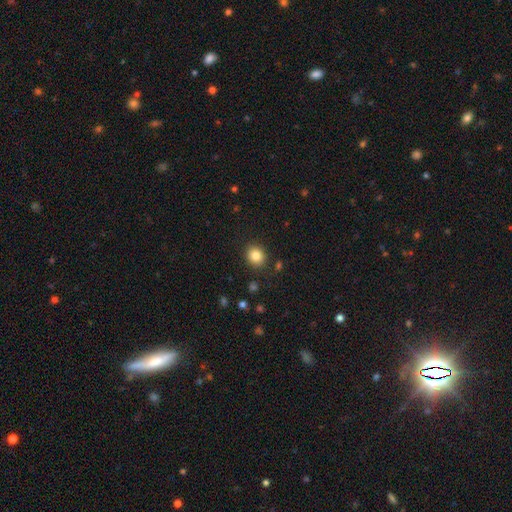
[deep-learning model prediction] smooth 83%, star or artifact 10%, featured or disk 6%. Down the decision tree: how rounded — round (76%); merging — none (89%).